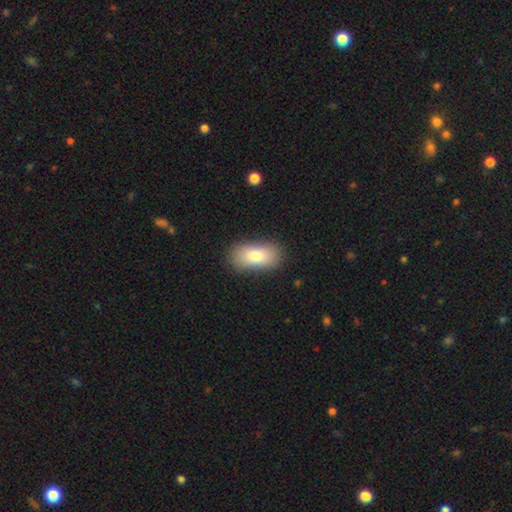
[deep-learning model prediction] Smooth or featured?
  - smooth: 80% *
  - featured or disk: 12%
  - star or artifact: 8%
How rounded?
  - in between: 89% *
  - cigar-shaped: 6%
  - round: 5%
Merging?
  - none: 83% *
  - minor disturbance: 12%
  - major disturbance: 3%
  - merger: 1%